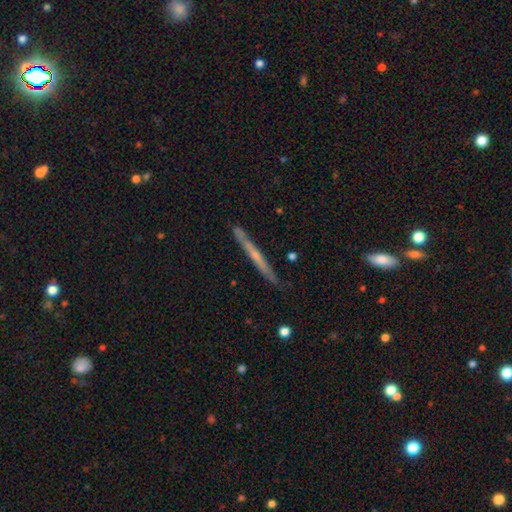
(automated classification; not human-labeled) featured or disk 57%, smooth 37%, star or artifact 6%. Down the decision tree: edge-on disk — yes (96%); edge-on bulge — none (69%); merging — none (85%).